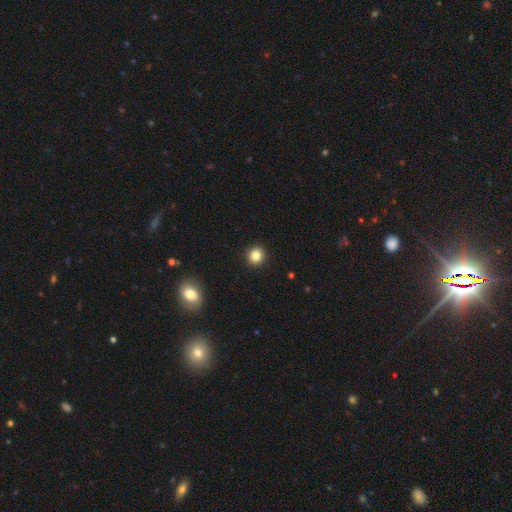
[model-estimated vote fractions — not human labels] Smooth or featured?
  - smooth: 83% *
  - star or artifact: 11%
  - featured or disk: 5%
How rounded?
  - round: 90% *
  - in between: 9%
  - cigar-shaped: 1%
Merging?
  - none: 93% *
  - minor disturbance: 5%
  - major disturbance: 2%
  - merger: 1%